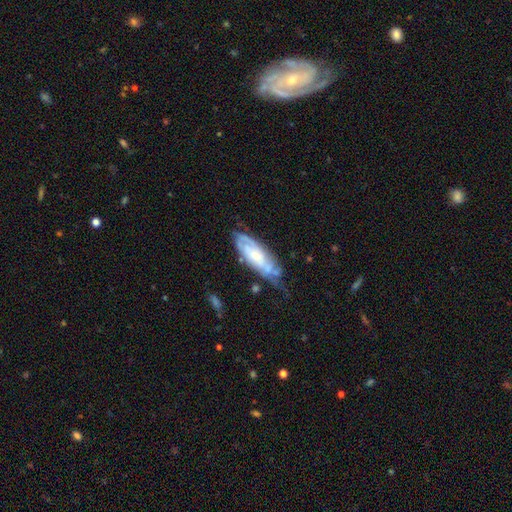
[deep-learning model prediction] Smooth or featured: featured or disk — 68% (smooth — 25%)
Edge-on disk: no — 84% (yes — 16%)
Bar: no — 67% (weak — 26%)
Spiral arms: yes — 82% (no — 18%)
Bulge size: small — 51% (moderate — 37%)
Merging: none — 49% (minor disturbance — 33%)